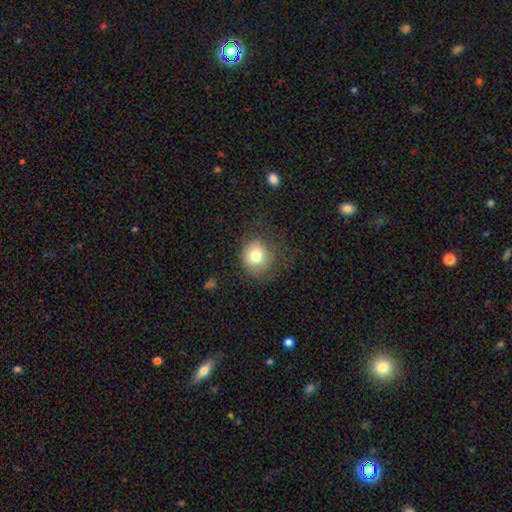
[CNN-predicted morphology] A smooth galaxy with no disk features (76%) that is round (86%).

Vote fractions:
- Smooth or featured? smooth: 76% / featured or disk: 13% / star or artifact: 11%
- How rounded? round: 86% / in between: 13% / cigar-shaped: 1%
- Merging? none: 66% / minor disturbance: 20% / major disturbance: 13% / merger: 2%